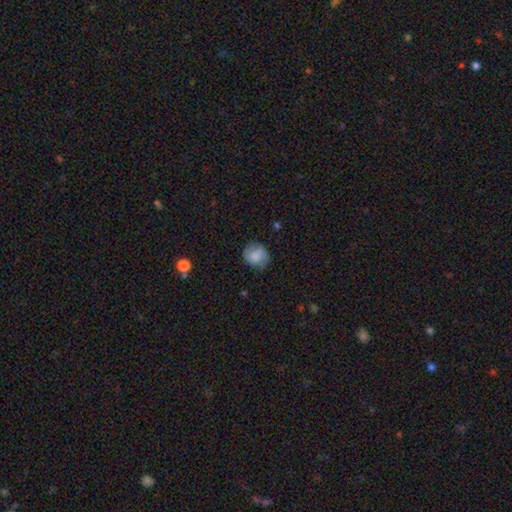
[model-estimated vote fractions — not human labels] smooth-or-featured: smooth: 76% | featured or disk: 16% | star or artifact: 9%
  how-rounded: round: 71% | in between: 28% | cigar-shaped: 1%
  merging: none: 70% | minor disturbance: 22% | major disturbance: 7% | merger: 1%